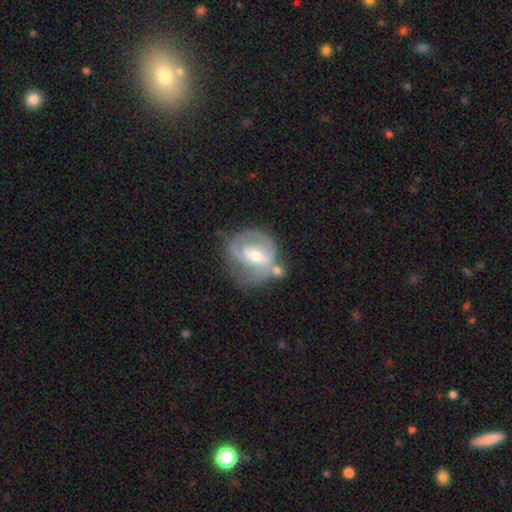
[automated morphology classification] A featured or disk galaxy (76%) with a weak bar (42%), 2 (44%) tight (51%) spiral arms (79%) and a moderate central bulge (62%).

Vote fractions:
- Smooth or featured? featured or disk: 76% / smooth: 18% / star or artifact: 6%
- Edge-on disk? no: 97% / yes: 3%
- Bar? weak: 42% / no: 40% / strong: 18%
- Spiral arms? yes: 79% / no: 21%
- Spiral winding? tight: 51% / medium: 36% / loose: 14%
- Spiral arm count? 2: 44% / can't tell: 24% / 1: 20% / 3: 8% / 4: 2% / more than 4: 2%
- Bulge size? moderate: 62% / small: 33% / large: 3% / none: 1% / dominant: 1%
- Merging? none: 43% / minor disturbance: 23% / merger: 19% / major disturbance: 16%